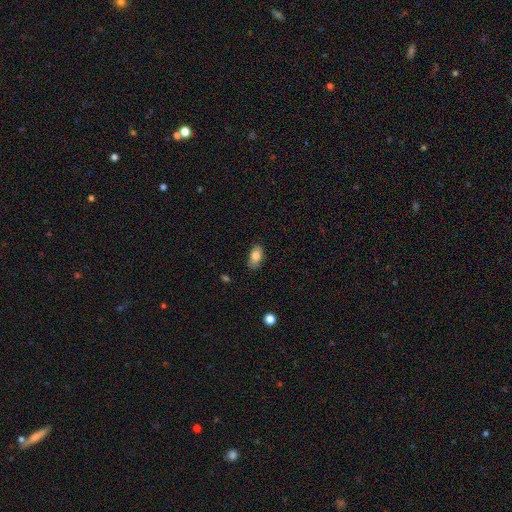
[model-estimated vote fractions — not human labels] A smooth galaxy with no disk features (81%) that is in between round and cigar-shaped (92%). Merging: none (83%).